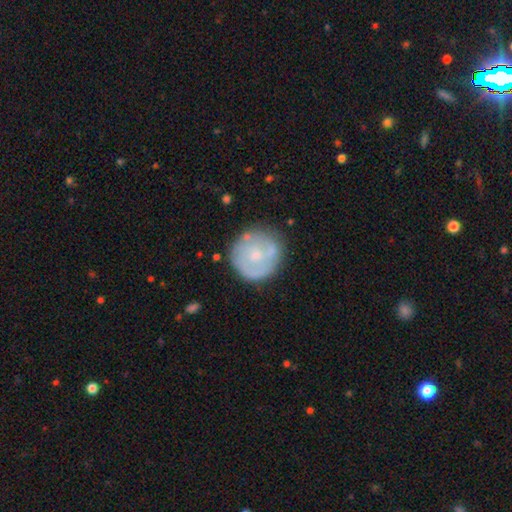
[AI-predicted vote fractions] This appears to be a featured or disk galaxy (49%). Merging: none (74%).